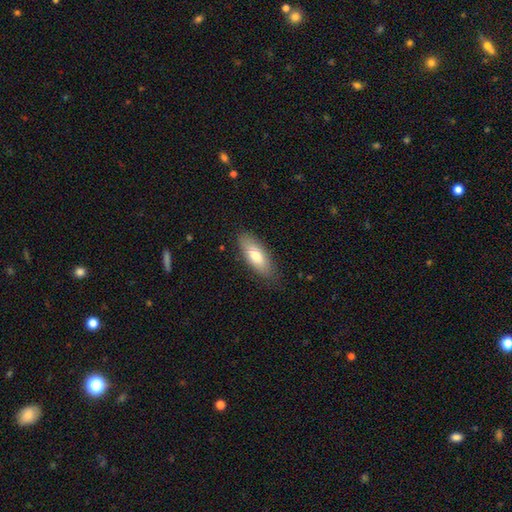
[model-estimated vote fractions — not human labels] smooth-or-featured: smooth: 76% | featured or disk: 18% | star or artifact: 6%
  how-rounded: in between: 73% | cigar-shaped: 25% | round: 2%
  merging: none: 83% | minor disturbance: 13% | major disturbance: 3% | merger: 1%